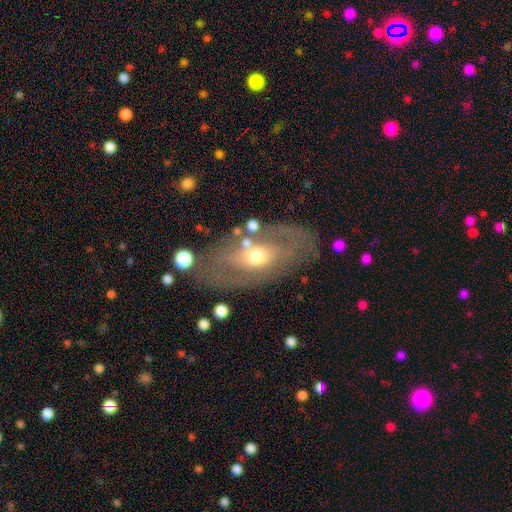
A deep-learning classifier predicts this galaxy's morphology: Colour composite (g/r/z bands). It shows a featured or disk galaxy (64%) with no bar (76%), no spiral arms (60%) and a moderate central bulge (67%). Merging: none (72%).